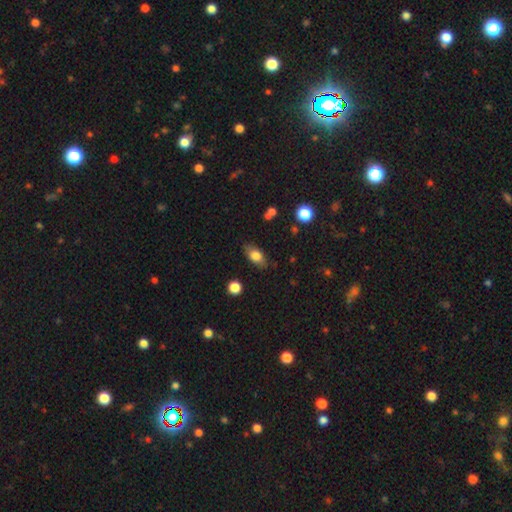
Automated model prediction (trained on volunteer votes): Smooth or featured: smooth — 78% (featured or disk — 14%)
How rounded: in between — 85% (round — 9%)
Merging: none — 80% (minor disturbance — 14%)